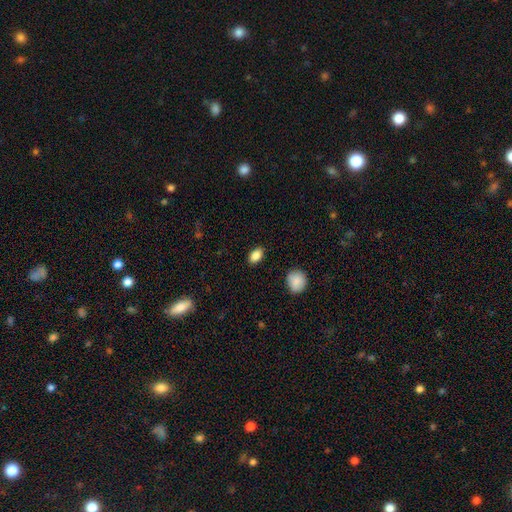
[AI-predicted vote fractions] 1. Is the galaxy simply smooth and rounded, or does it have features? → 86% smooth, 8% star or artifact, 6% featured or disk.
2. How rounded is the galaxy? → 87% in between, 10% round, 2% cigar-shaped.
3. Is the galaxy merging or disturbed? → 88% none, 8% minor disturbance, 2% major disturbance, 1% merger.